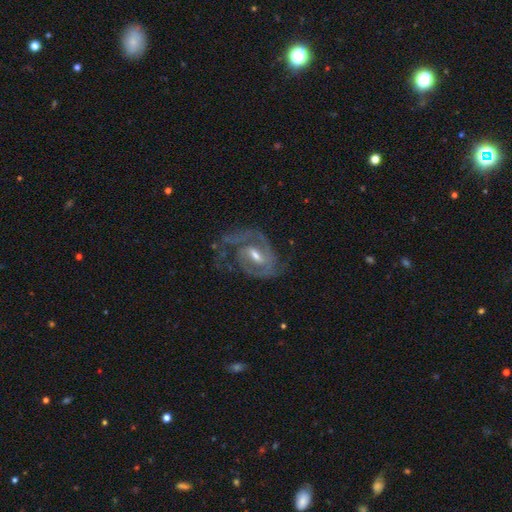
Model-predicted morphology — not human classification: Smooth or featured: featured or disk — 87% (smooth — 7%)
Edge-on disk: no — 97% (yes — 3%)
Bar: weak — 52% (strong — 28%)
Spiral arms: yes — 94% (no — 6%)
Spiral winding: medium — 47% (tight — 39%)
Spiral arm count: 2 — 70% (can't tell — 11%)
Bulge size: moderate — 59% (small — 33%)
Merging: none — 57% (major disturbance — 21%)